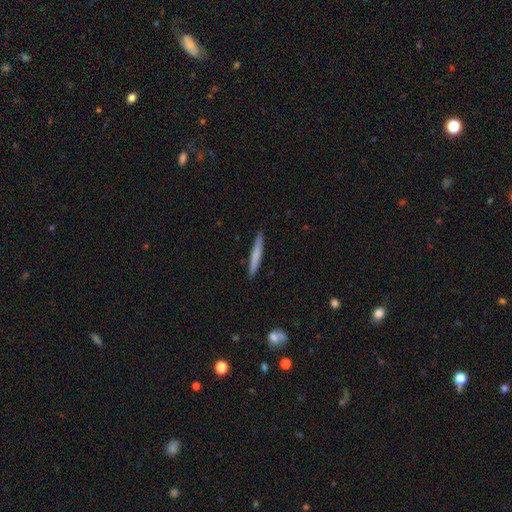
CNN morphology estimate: type=smooth (69%); roundness=cigar-shaped (96%); merging=none (91%).